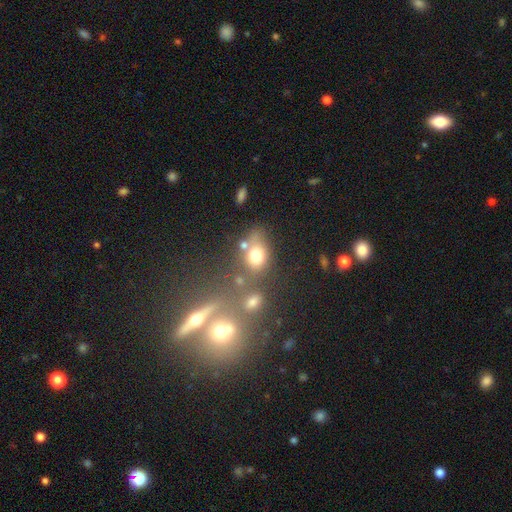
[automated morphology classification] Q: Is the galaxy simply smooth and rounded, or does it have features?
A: smooth — 71%.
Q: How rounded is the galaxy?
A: in between — 57%.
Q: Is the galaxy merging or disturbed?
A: none — 47%.